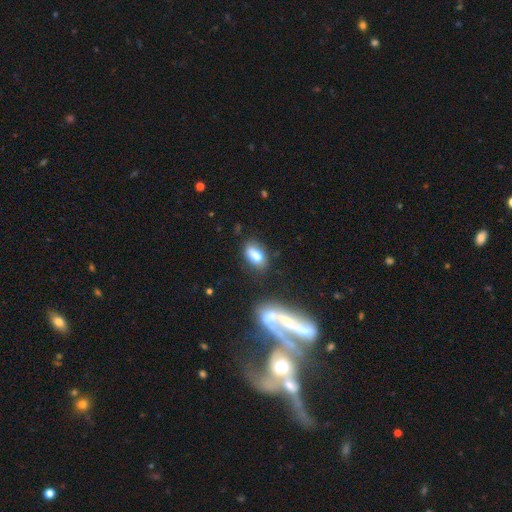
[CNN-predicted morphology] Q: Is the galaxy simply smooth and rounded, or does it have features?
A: smooth — 76%.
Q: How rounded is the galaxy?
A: in between — 87%.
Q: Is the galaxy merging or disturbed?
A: none — 71%.